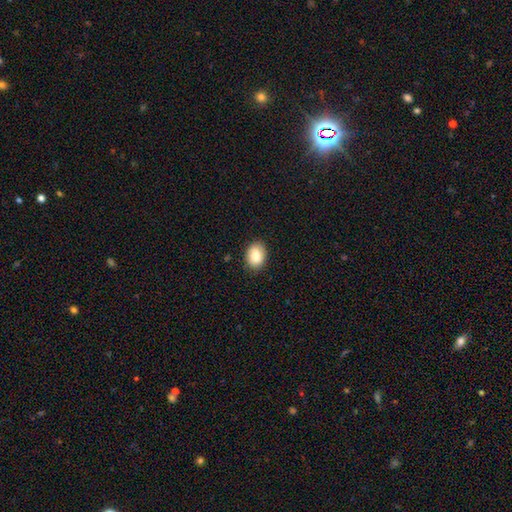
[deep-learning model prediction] smooth-or-featured: smooth: 87% | star or artifact: 7% | featured or disk: 6%
  how-rounded: in between: 77% | round: 22% | cigar-shaped: 1%
  merging: none: 85% | minor disturbance: 12% | major disturbance: 2% | merger: 1%